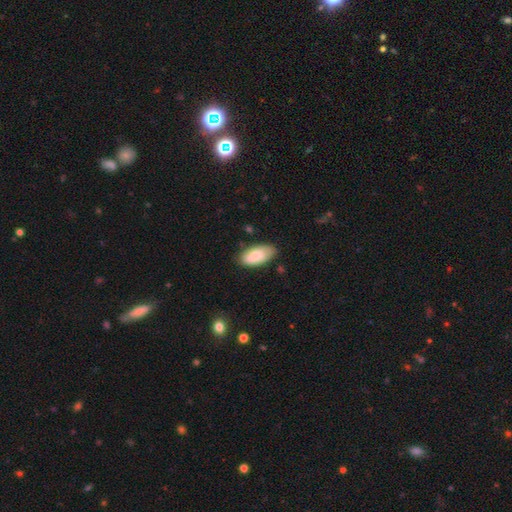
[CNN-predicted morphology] This is likely a smooth galaxy (80%). How rounded: clearly in between (94%). Merging: likely none (77%).